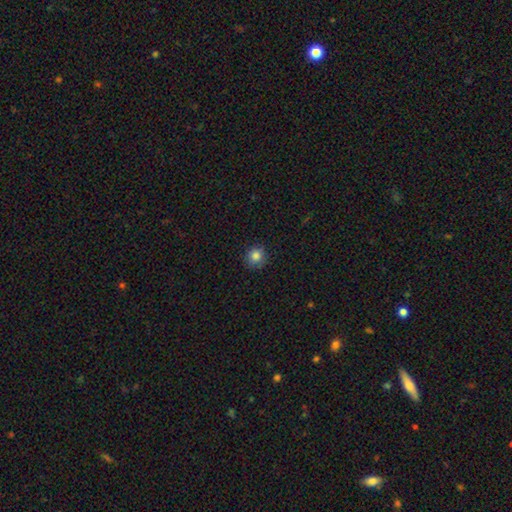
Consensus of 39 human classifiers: This appears to be a smooth galaxy with no disk features (87%) that is round (97%). Merging: none (83%).